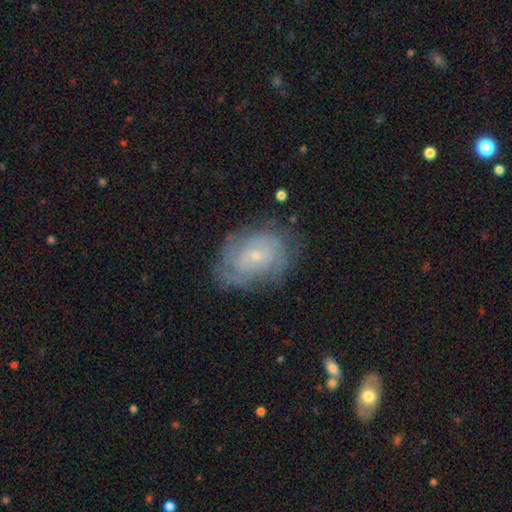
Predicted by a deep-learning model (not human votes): This appears to be a featured or disk galaxy (67%) with no bar (71%), tight (63%) spiral arms (78%) and a small central bulge (77%). Merging: none (67%).